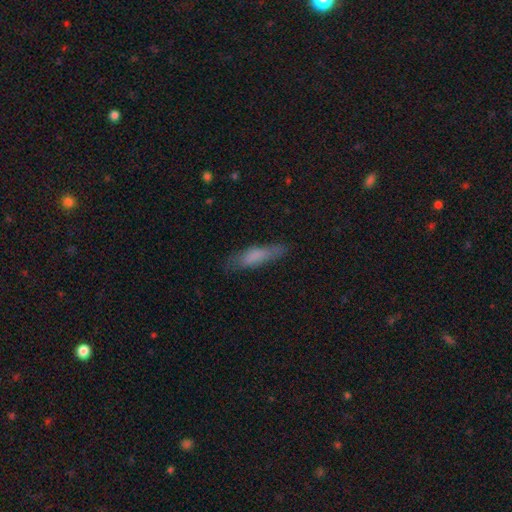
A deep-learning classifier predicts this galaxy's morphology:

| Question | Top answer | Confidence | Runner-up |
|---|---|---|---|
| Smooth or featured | smooth | 73% | featured or disk (19%) |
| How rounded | cigar-shaped | 72% | in between (27%) |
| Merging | none | 73% | minor disturbance (20%) |